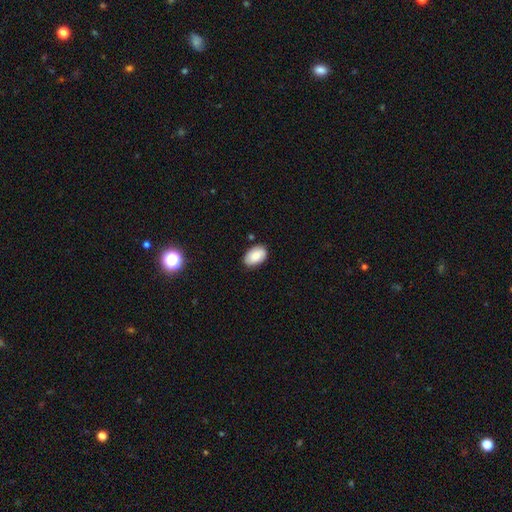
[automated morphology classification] A smooth galaxy with no disk features (84%) that is in between round and cigar-shaped (92%).

Vote fractions:
- Smooth or featured? smooth: 84% / featured or disk: 9% / star or artifact: 7%
- How rounded? in between: 92% / round: 7% / cigar-shaped: 1%
- Merging? none: 81% / minor disturbance: 15% / major disturbance: 3% / merger: 2%